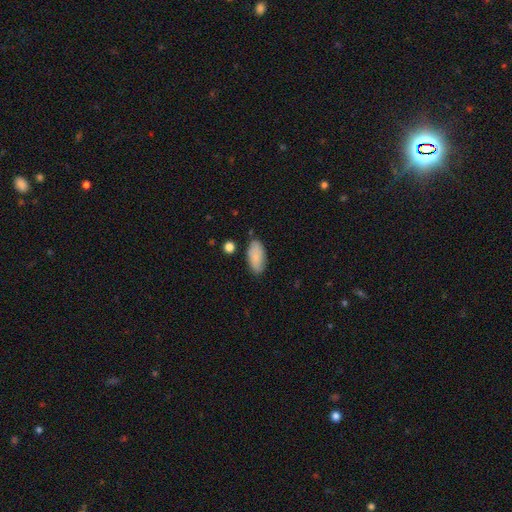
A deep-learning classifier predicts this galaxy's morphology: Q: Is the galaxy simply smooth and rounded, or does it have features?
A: smooth — 83%.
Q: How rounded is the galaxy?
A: in between — 92%.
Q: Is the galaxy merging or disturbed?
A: none — 78%.